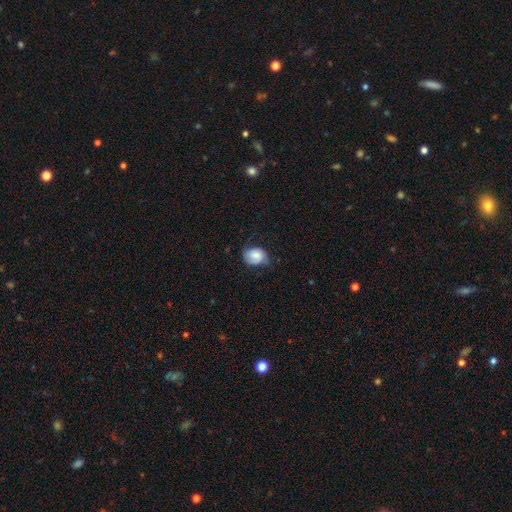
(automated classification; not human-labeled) The model was most divided on "how rounded": in between: 57%, round: 42%, cigar-shaped: 1%. More confident: smooth or featured — smooth (64%); merging — none (53%).